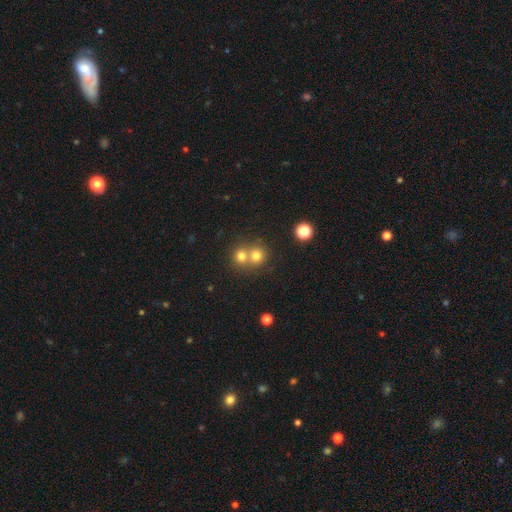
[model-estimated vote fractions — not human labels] Q: Smooth or featured?
A: smooth (75%); runner-up: star or artifact (14%)
Q: How rounded?
A: round (85%); runner-up: in between (14%)
Q: Merging?
A: merger (52%); runner-up: none (41%)